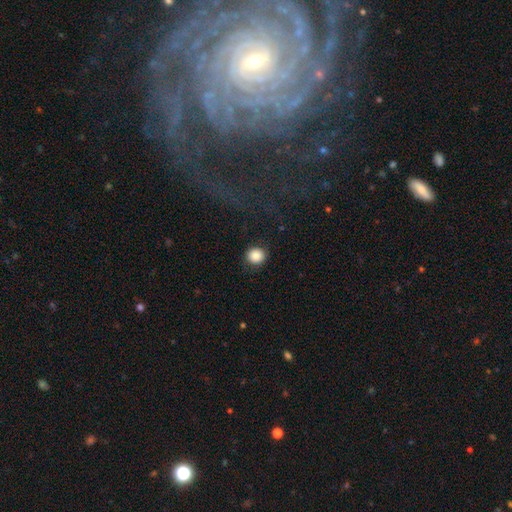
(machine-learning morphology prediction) Smooth or featured? Predicted: smooth (p=0.87). How rounded? Predicted: round (p=0.87). Merging? Predicted: none (p=0.87).